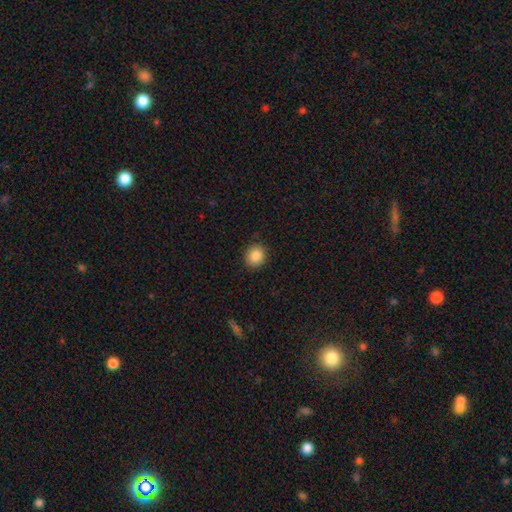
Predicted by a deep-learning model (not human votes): Smooth or featured?
  - smooth: 86% *
  - star or artifact: 9%
  - featured or disk: 5%
How rounded?
  - round: 71% *
  - in between: 28%
  - cigar-shaped: 1%
Merging?
  - none: 89% *
  - minor disturbance: 8%
  - major disturbance: 2%
  - merger: 1%